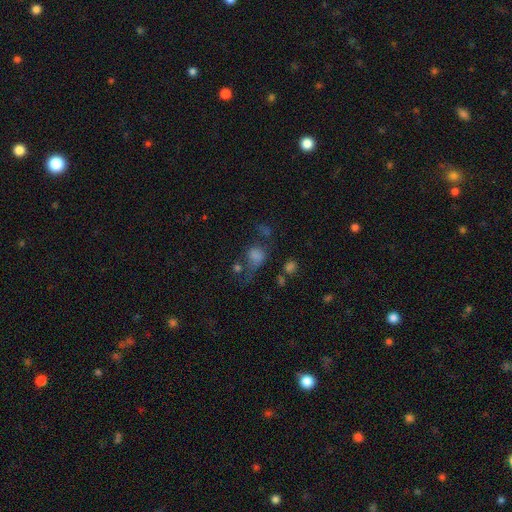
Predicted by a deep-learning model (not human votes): Overall: smooth (56%; star or artifact 27%). How rounded: round (54%; in between 44%). Merging: none (35%; major disturbance 30%).